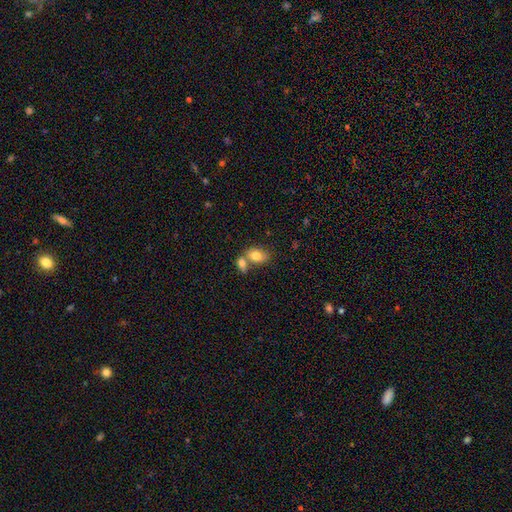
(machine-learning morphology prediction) This appears to be a smooth galaxy with no disk features (80%) that is in between round and cigar-shaped (81%). Merging: merger (53%).